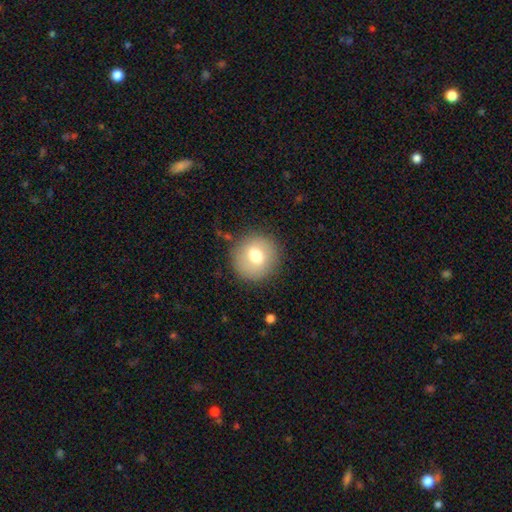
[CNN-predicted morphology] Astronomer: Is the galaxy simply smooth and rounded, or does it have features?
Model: smooth — 71%.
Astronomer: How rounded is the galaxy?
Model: round — 92%.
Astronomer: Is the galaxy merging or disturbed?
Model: none — 86%.